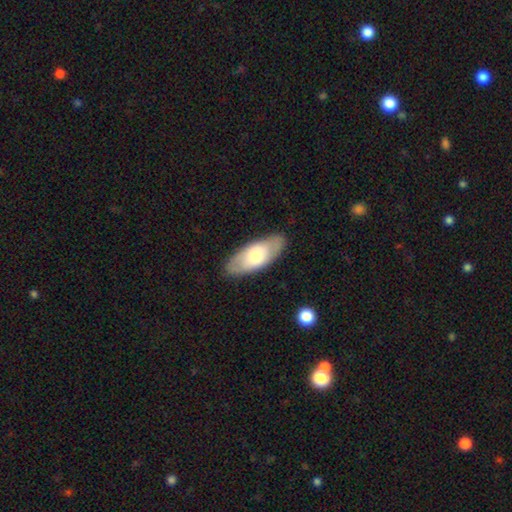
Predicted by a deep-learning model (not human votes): Smooth or featured?
  - smooth: 64% *
  - featured or disk: 31%
  - star or artifact: 5%
How rounded?
  - in between: 83% *
  - cigar-shaped: 14%
  - round: 2%
Merging?
  - none: 84% *
  - minor disturbance: 12%
  - major disturbance: 3%
  - merger: 1%